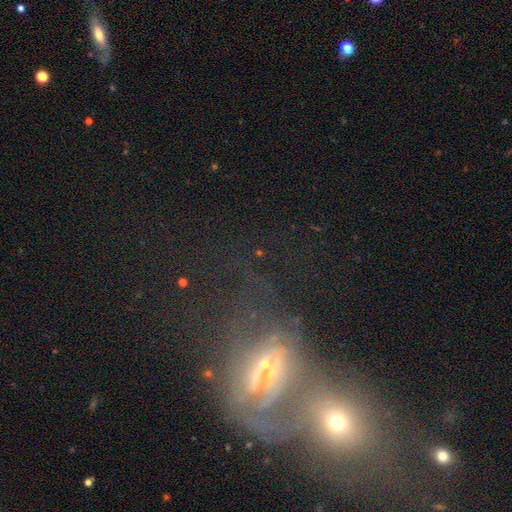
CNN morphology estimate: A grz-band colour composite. It shows a featured or disk galaxy (42%). Merging: merger (62%).